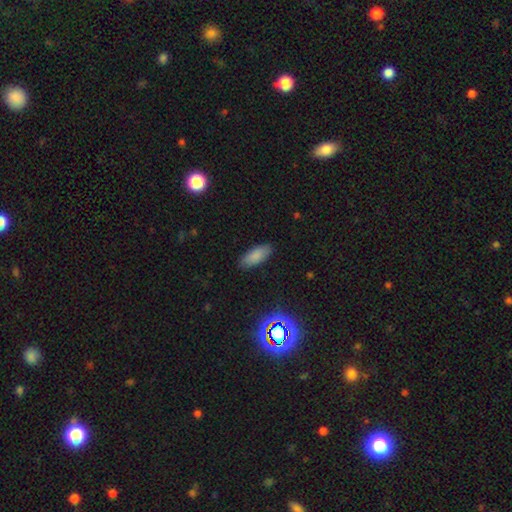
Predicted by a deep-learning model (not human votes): Smooth or featured? Predicted: smooth (p=0.85). How rounded? Predicted: in between (p=0.81). Merging? Predicted: none (p=0.87).